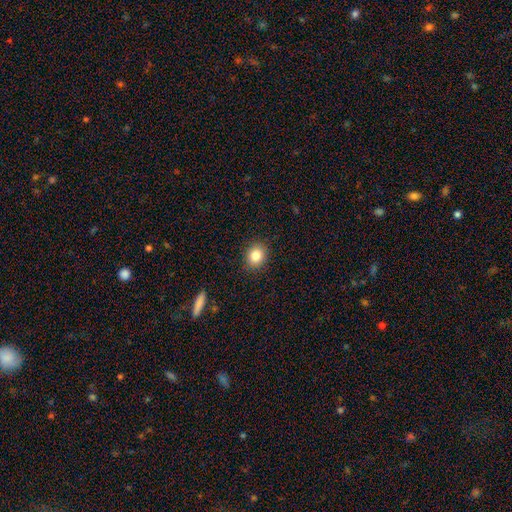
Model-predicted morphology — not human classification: A smooth galaxy with no disk features (83%) that is round (69%). Merging: none (90%).